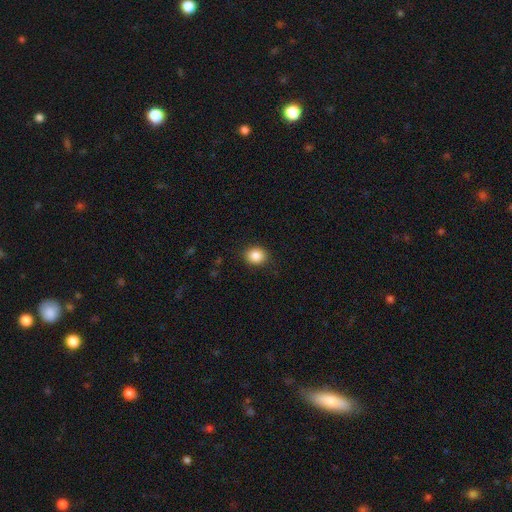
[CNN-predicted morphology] The model was most divided on "how rounded": round: 65%, in between: 34%, cigar-shaped: 1%. More confident: merging — none (89%); smooth or featured — smooth (87%).